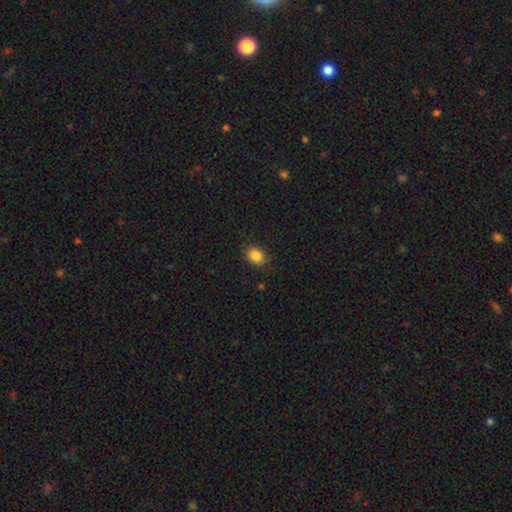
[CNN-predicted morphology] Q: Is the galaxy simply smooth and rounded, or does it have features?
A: smooth — 85%.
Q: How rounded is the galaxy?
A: in between — 56%.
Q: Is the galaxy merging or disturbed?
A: none — 83%.